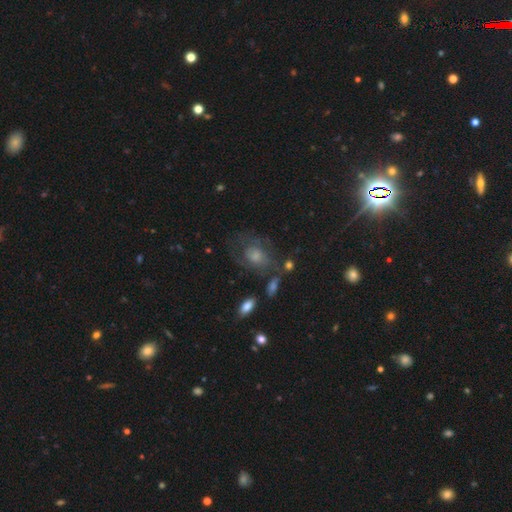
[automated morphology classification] This appears to be a featured or disk galaxy (46%). Merging: none (60%).